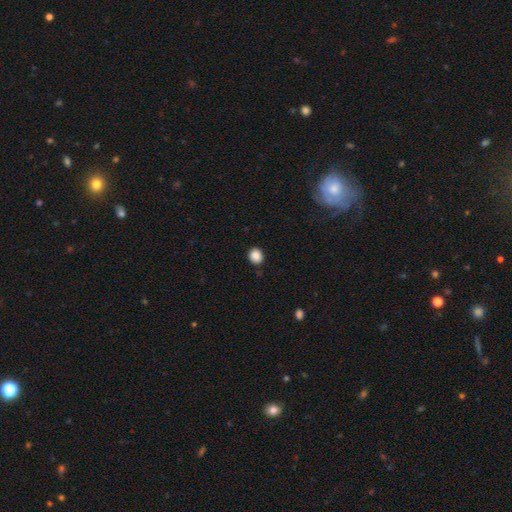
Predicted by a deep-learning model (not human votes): This appears to be a smooth galaxy with no disk features (88%) that is round (73%). Merging: none (89%).